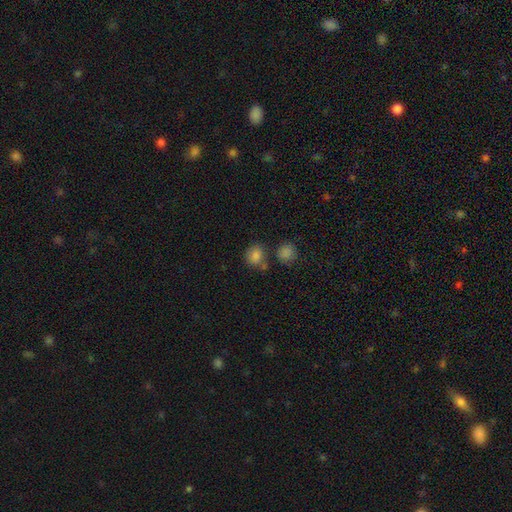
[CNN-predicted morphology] A smooth galaxy with no disk features (82%) that is round (66%). Merging: none (56%).